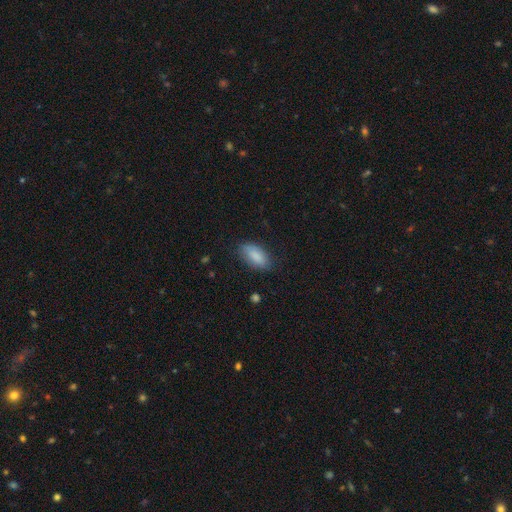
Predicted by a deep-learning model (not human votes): smooth 87%, featured or disk 7%, star or artifact 6%. Down the decision tree: how rounded — in between (89%); merging — none (78%).